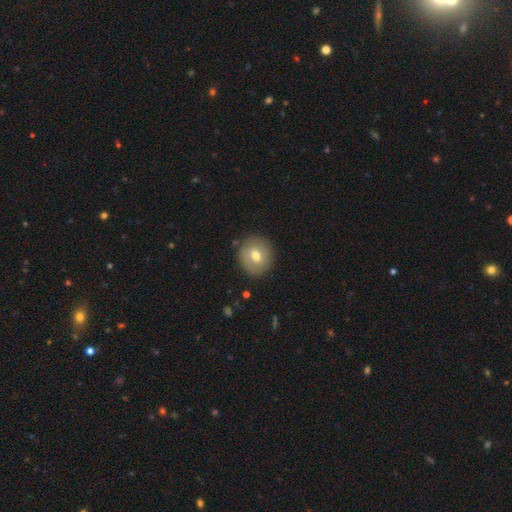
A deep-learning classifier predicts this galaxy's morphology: Smooth or featured? Predicted: smooth (p=0.66). How rounded? Predicted: round (p=0.85). Merging? Predicted: none (p=0.85).